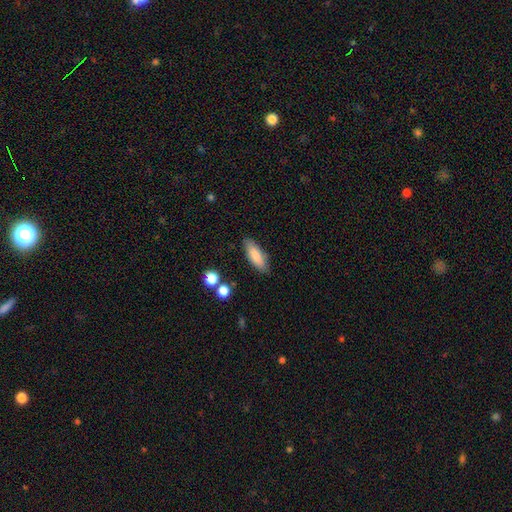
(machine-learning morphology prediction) The model was most divided on "how rounded": in between: 61%, cigar-shaped: 37%, round: 2%. More confident: smooth or featured — smooth (84%); merging — none (83%).